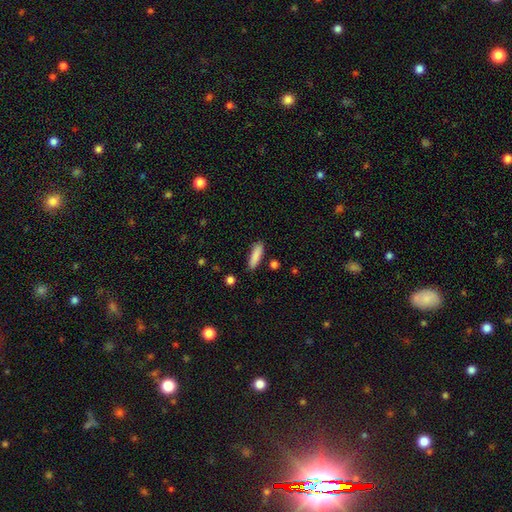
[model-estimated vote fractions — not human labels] smooth 87%, featured or disk 7%, star or artifact 7%. Down the decision tree: how rounded — cigar-shaped (66%); merging — none (86%).